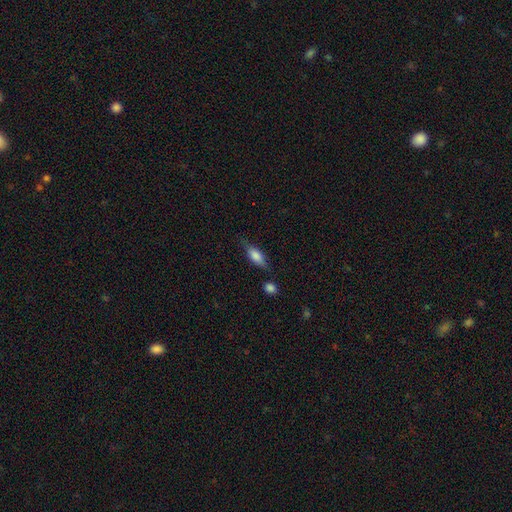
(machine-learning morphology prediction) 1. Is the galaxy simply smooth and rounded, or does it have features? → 62% smooth, 30% featured or disk, 8% star or artifact.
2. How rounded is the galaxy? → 66% in between, 30% cigar-shaped, 4% round.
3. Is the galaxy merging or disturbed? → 67% none, 21% minor disturbance, 6% major disturbance, 5% merger.